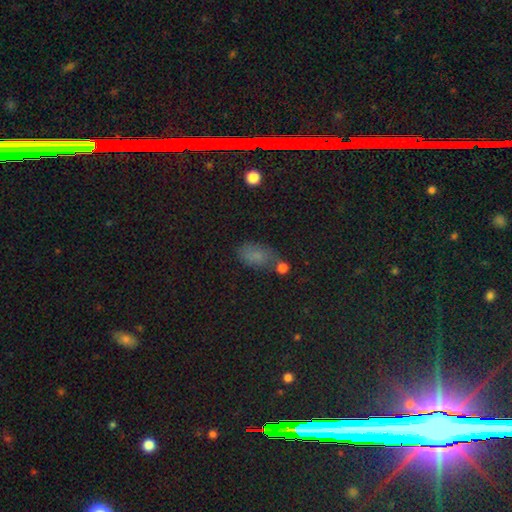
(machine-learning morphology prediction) smooth-or-featured: smooth: 64% | star or artifact: 25% | featured or disk: 11%
  how-rounded: in between: 87% | round: 10% | cigar-shaped: 3%
  merging: none: 58% | minor disturbance: 22% | merger: 12% | major disturbance: 8%